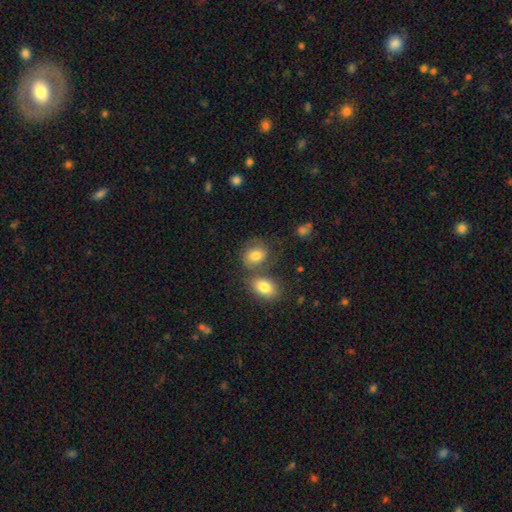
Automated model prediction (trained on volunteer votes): Q: Smooth or featured?
A: smooth (70%); runner-up: featured or disk (20%)
Q: How rounded?
A: in between (57%); runner-up: round (42%)
Q: Merging?
A: none (50%); runner-up: merger (29%)